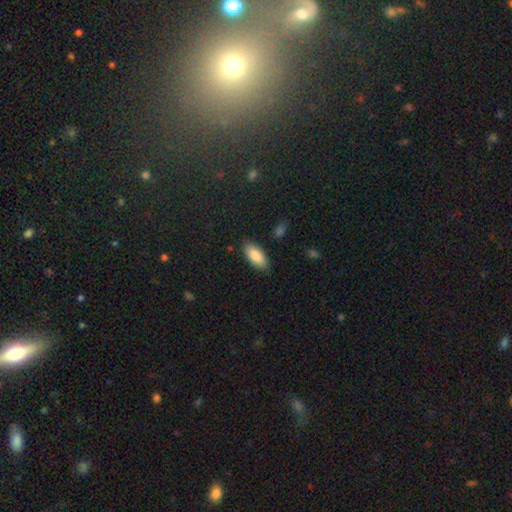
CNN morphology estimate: smooth 86%, featured or disk 7%, star or artifact 6%. Down the decision tree: how rounded — in between (90%); merging — none (85%).